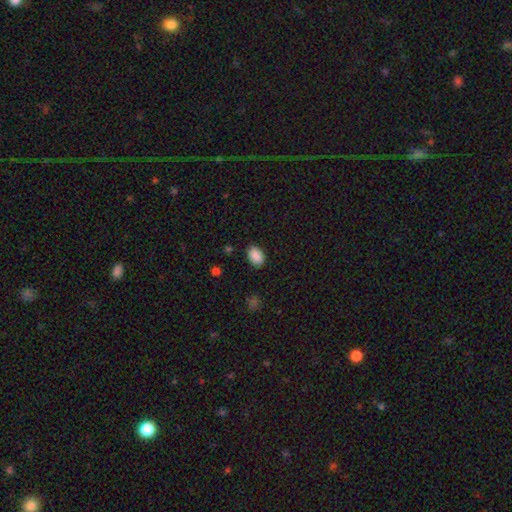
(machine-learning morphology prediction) type=smooth (89%); roundness=in between (85%); merging=none (86%).